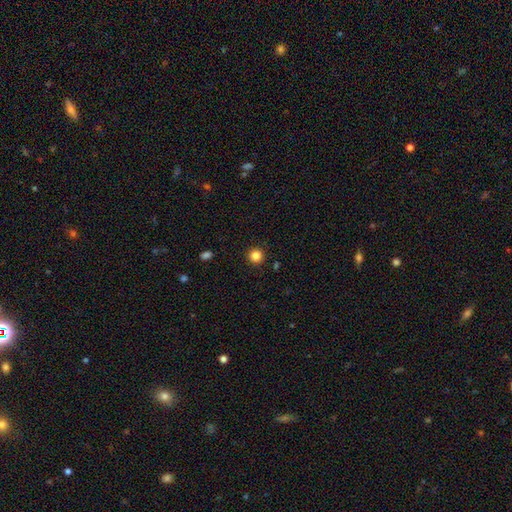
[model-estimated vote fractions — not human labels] Smooth or featured? smooth (85%)
How rounded? round (95%)
Merging? none (92%)